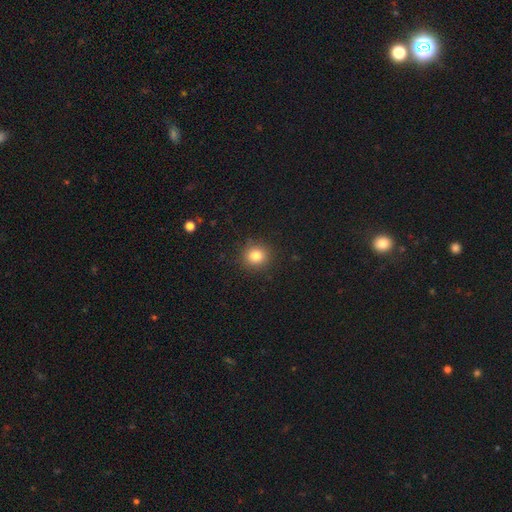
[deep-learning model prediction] smooth 83%, star or artifact 12%, featured or disk 5%. Down the decision tree: how rounded — round (85%); merging — none (89%).